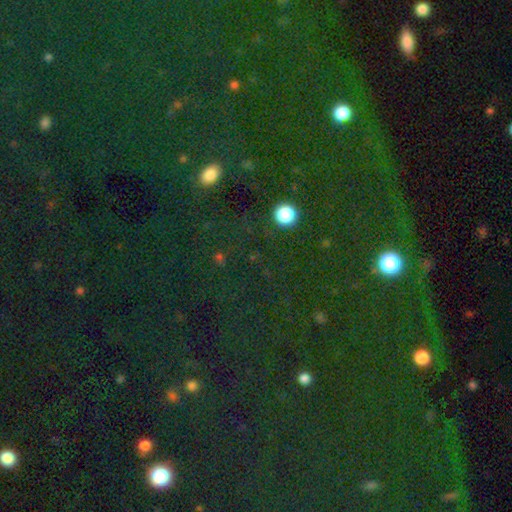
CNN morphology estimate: Q: Smooth or featured?
A: star or artifact (77%); runner-up: smooth (15%)